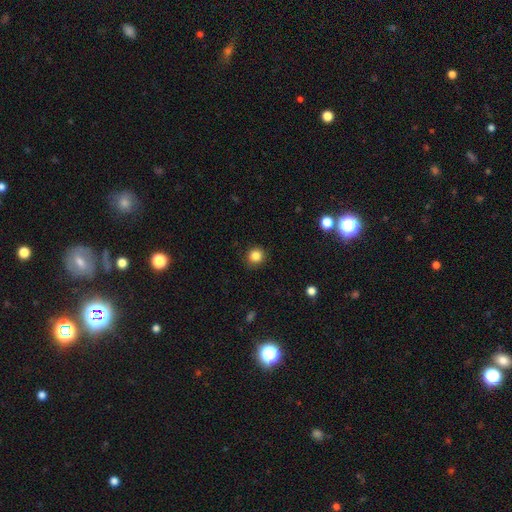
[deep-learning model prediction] Smooth or featured? Predicted: smooth (p=0.84). How rounded? Predicted: round (p=0.91). Merging? Predicted: none (p=0.90).